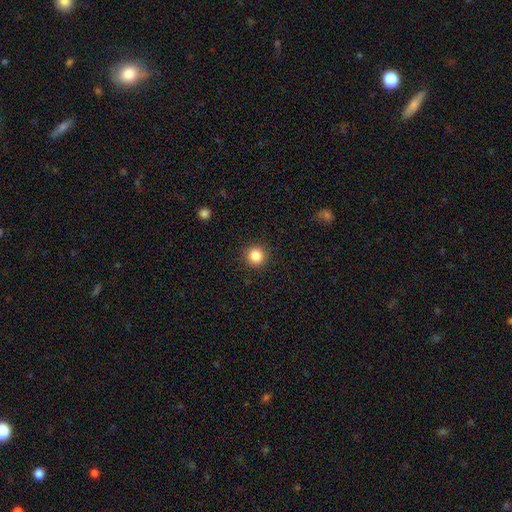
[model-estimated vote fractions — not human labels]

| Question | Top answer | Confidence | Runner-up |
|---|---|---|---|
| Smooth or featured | smooth | 85% | star or artifact (11%) |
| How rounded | round | 95% | in between (4%) |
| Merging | none | 92% | minor disturbance (5%) |